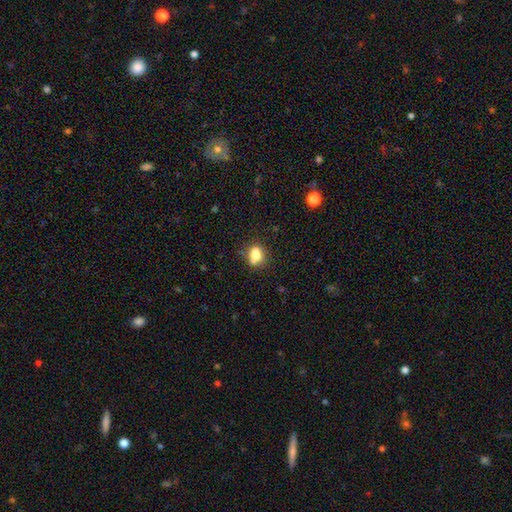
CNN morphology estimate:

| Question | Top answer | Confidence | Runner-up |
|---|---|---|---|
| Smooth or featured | smooth | 72% | featured or disk (16%) |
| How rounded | in between | 52% | round (46%) |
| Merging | none | 50% | merger (27%) |